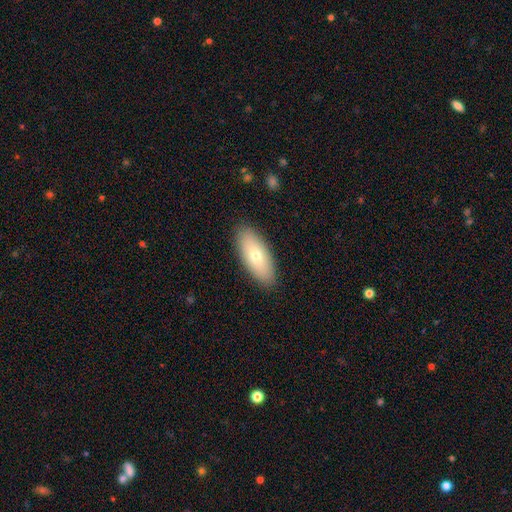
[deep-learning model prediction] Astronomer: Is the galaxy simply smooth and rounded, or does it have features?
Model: smooth — 72%.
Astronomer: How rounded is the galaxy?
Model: in between — 80%.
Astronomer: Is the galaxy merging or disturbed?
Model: none — 89%.